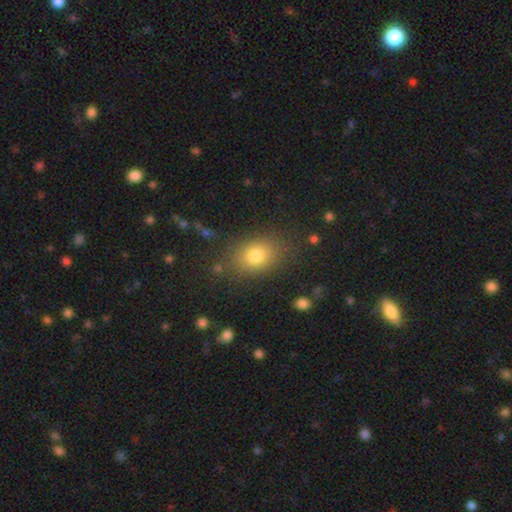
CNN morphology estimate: Smooth or featured?
  - smooth: 76% *
  - star or artifact: 13%
  - featured or disk: 10%
How rounded?
  - in between: 69% *
  - round: 30%
  - cigar-shaped: 2%
Merging?
  - none: 83% *
  - minor disturbance: 11%
  - major disturbance: 4%
  - merger: 2%